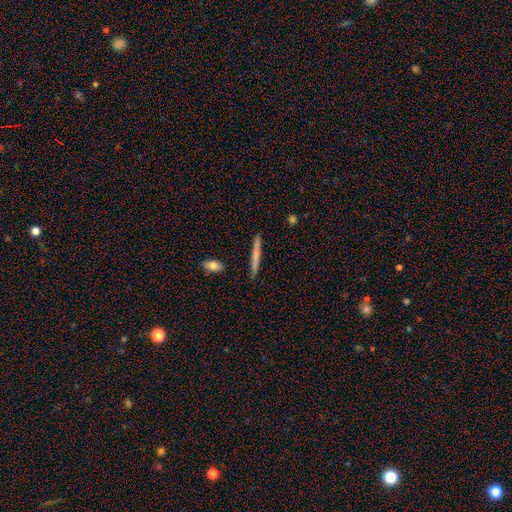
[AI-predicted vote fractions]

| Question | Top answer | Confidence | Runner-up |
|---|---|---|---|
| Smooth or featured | smooth | 63% | featured or disk (31%) |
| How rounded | cigar-shaped | 96% | in between (3%) |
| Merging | none | 90% | minor disturbance (7%) |